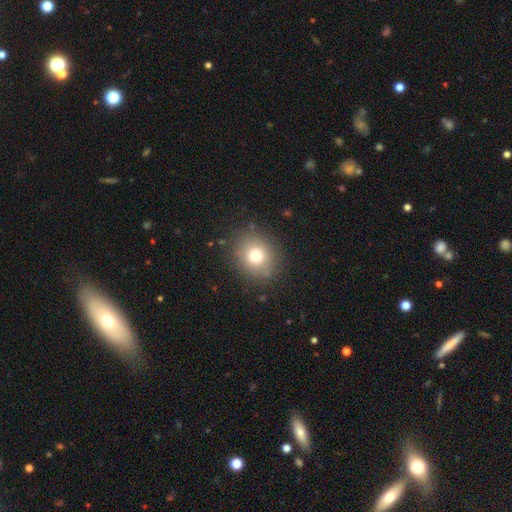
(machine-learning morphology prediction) Smooth or featured?
  - smooth: 74% *
  - star or artifact: 14%
  - featured or disk: 12%
How rounded?
  - round: 77% *
  - in between: 22%
  - cigar-shaped: 1%
Merging?
  - none: 85% *
  - minor disturbance: 10%
  - major disturbance: 4%
  - merger: 2%